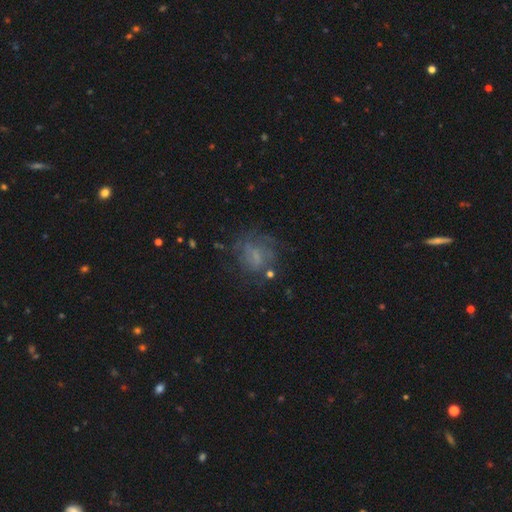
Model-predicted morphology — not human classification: This is possibly a featured or disk galaxy (47%). Merging: possibly none (57%).